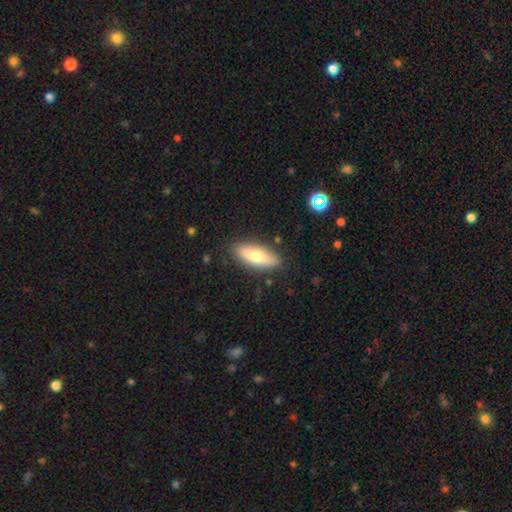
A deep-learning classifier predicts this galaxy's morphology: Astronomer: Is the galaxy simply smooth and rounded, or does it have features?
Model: smooth — 69%.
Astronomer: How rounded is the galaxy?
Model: in between — 69%.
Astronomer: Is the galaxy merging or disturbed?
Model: none — 85%.